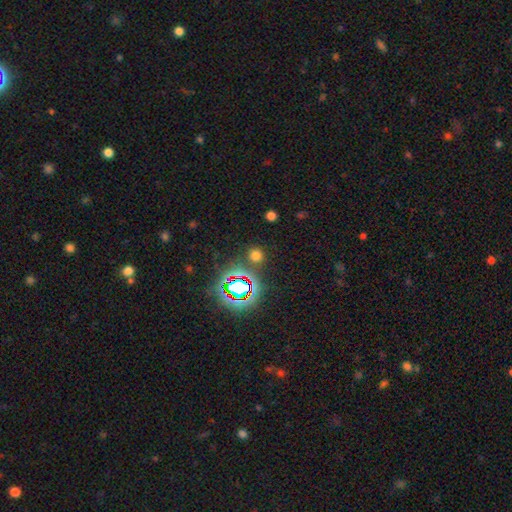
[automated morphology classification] Overall: smooth (61%; star or artifact 33%). How rounded: round (89%). Merging: none (85%).